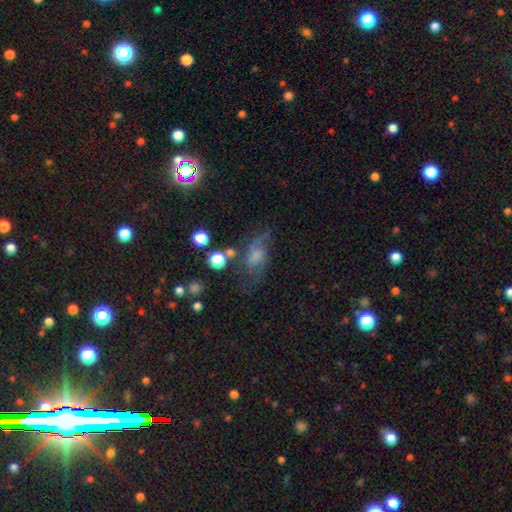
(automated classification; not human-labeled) Smooth or featured? featured or disk (51%)
Edge-on disk? no (93%)
Merging? none (40%)